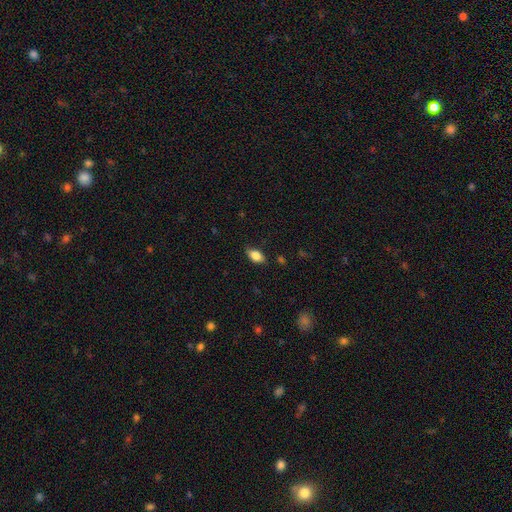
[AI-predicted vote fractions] This is likely a smooth galaxy (74%). How rounded: clearly in between (87%). Merging: clearly none (82%).